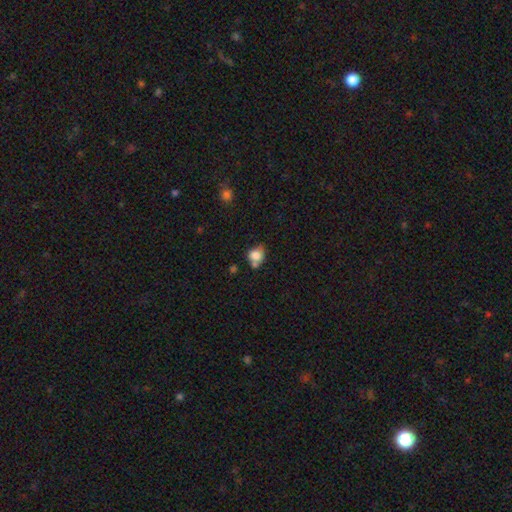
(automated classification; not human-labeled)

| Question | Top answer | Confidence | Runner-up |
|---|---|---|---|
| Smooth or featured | smooth | 80% | star or artifact (10%) |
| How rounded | round | 60% | in between (39%) |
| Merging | none | 45% | merger (27%) |